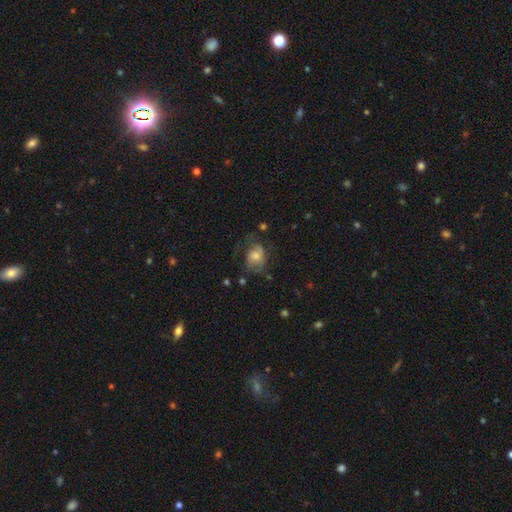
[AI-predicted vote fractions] This appears to be a smooth galaxy with no disk features (46%). Merging: none (46%).